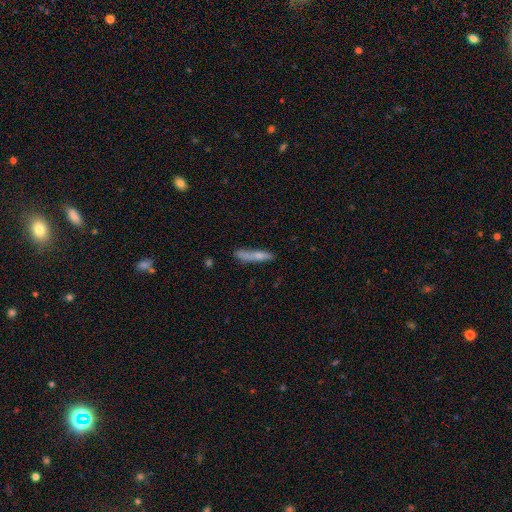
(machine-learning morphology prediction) Smooth or featured? smooth (63%)
How rounded? cigar-shaped (89%)
Merging? none (65%)